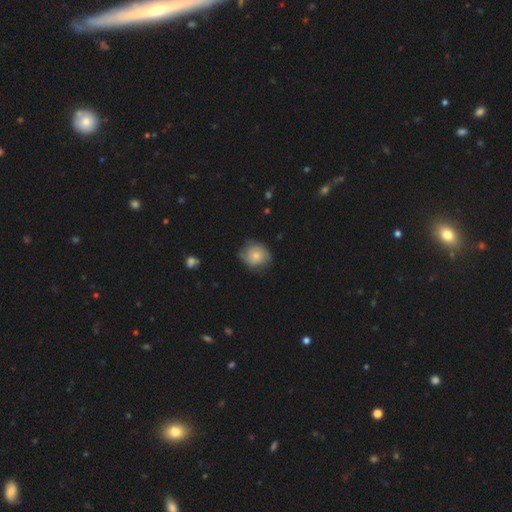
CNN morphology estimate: Overall: smooth (57%; featured or disk 35%). How rounded: round (77%). Merging: none (67%).